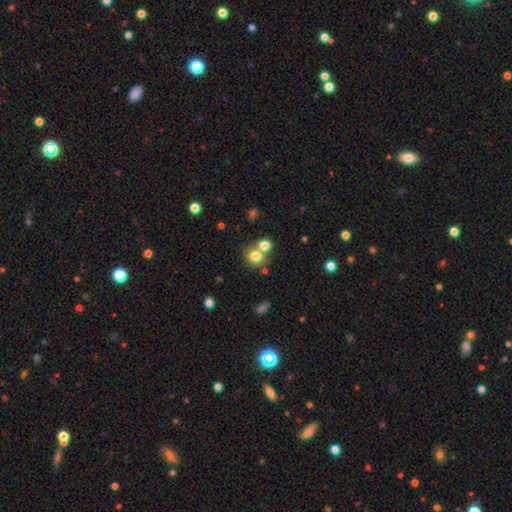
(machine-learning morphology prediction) type=smooth (78%); roundness=round (81%); merging=none (51%).